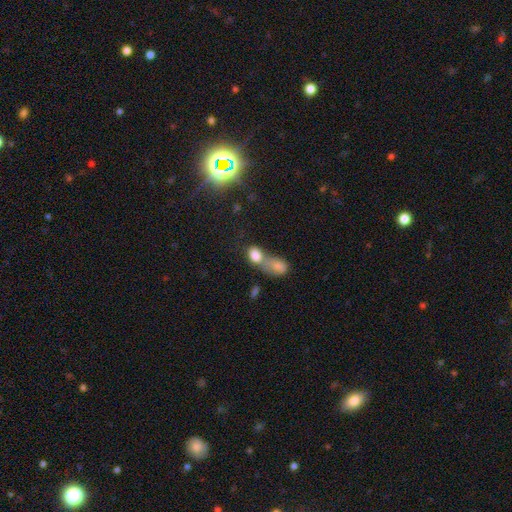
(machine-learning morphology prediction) Smooth or featured? smooth (80%)
How rounded? in between (77%)
Merging? merger (69%)